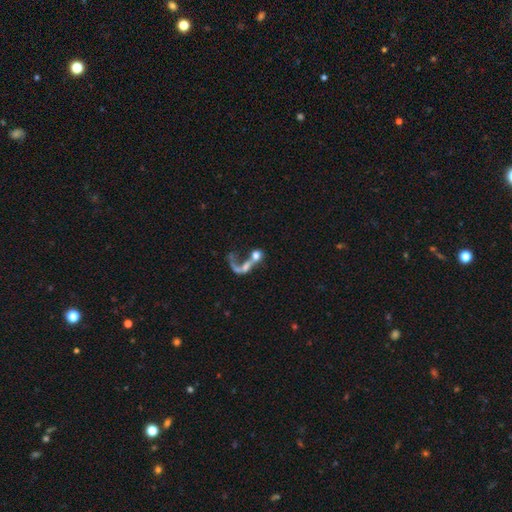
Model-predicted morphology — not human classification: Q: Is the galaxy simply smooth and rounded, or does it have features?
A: smooth — 46%.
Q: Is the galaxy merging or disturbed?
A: merger — 53%.